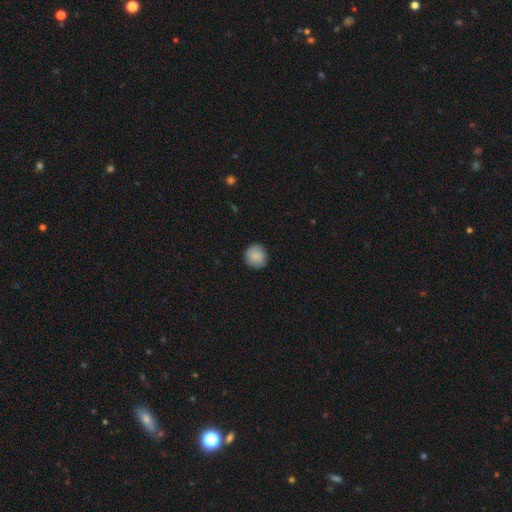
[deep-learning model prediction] Smooth or featured? Predicted: smooth (p=0.88). How rounded? Predicted: round (p=0.92). Merging? Predicted: none (p=0.89).